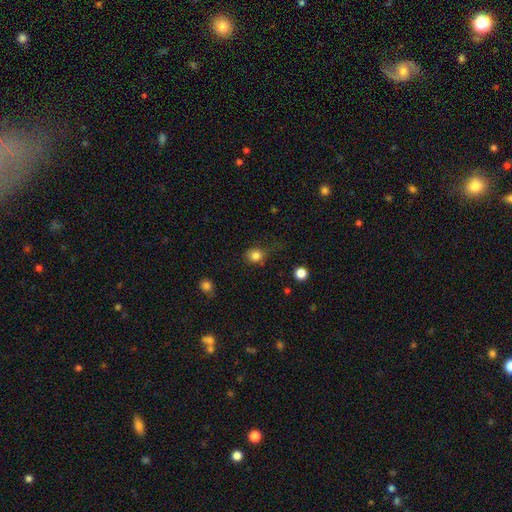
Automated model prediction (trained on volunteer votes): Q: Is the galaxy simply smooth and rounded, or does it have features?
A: smooth — 83%.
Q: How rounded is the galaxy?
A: round — 73%.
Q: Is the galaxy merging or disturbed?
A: none — 60%.